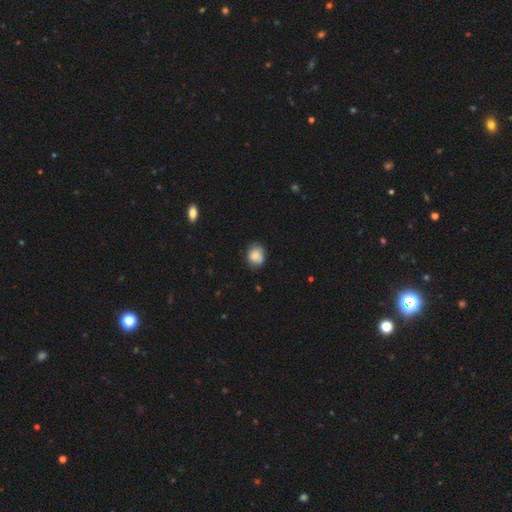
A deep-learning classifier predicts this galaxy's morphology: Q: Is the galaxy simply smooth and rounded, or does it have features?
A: smooth — 80%.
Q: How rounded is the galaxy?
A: round — 61%.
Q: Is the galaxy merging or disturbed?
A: none — 66%.